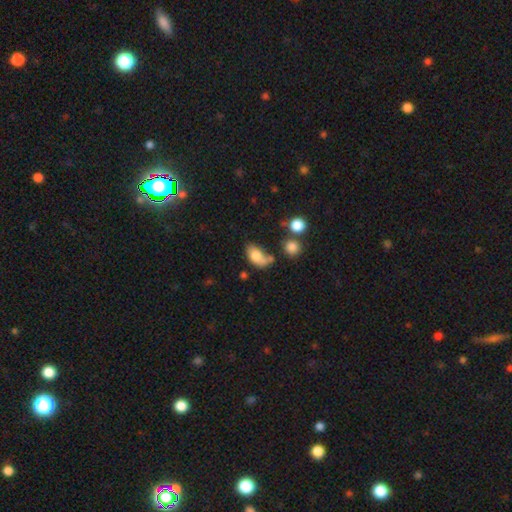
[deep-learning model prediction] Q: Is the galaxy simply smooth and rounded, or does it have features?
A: smooth — 75%.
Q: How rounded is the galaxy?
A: in between — 88%.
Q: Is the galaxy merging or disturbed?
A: none — 39%.